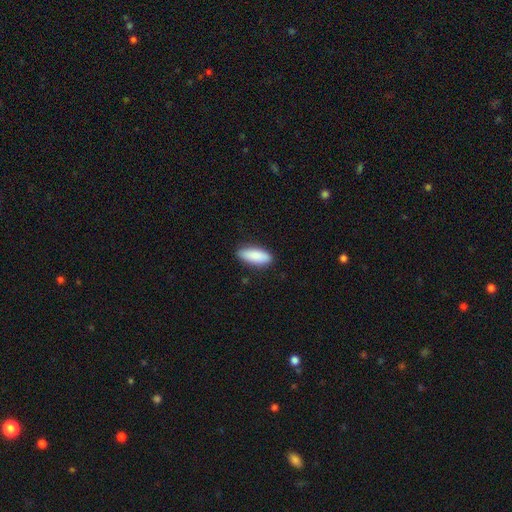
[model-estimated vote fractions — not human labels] smooth-or-featured: smooth: 88% | featured or disk: 6% | star or artifact: 6%
  how-rounded: in between: 70% | cigar-shaped: 28% | round: 2%
  merging: none: 87% | minor disturbance: 10% | major disturbance: 2% | merger: 1%